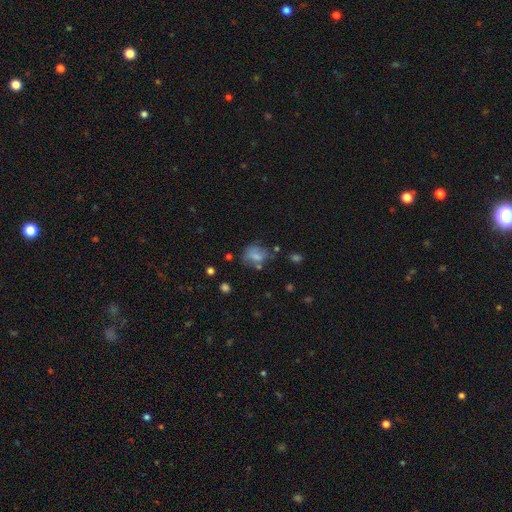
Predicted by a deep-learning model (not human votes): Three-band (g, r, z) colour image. It shows a smooth galaxy with no disk features (70%) that is in between round and cigar-shaped (55%). Merging: none (49%).